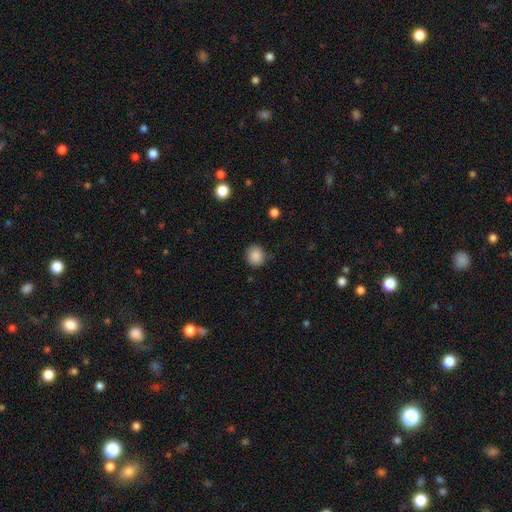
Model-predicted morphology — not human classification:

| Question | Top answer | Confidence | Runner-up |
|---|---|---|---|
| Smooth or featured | smooth | 88% | star or artifact (9%) |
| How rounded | round | 84% | in between (15%) |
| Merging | none | 86% | minor disturbance (10%) |